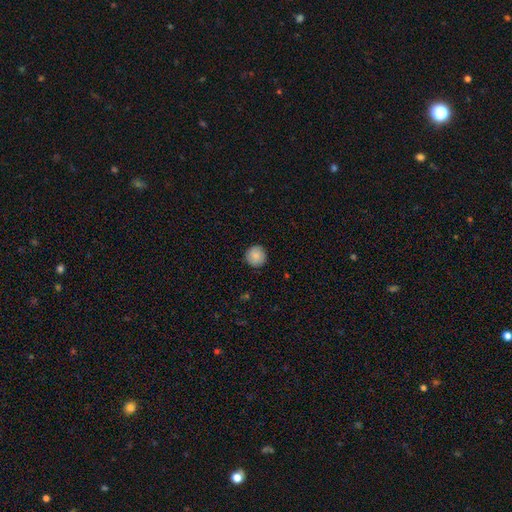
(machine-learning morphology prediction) A smooth galaxy with no disk features (86%) that is round (95%).

Vote fractions:
- Smooth or featured? smooth: 86% / star or artifact: 8% / featured or disk: 6%
- How rounded? round: 95% / in between: 4% / cigar-shaped: 1%
- Merging? none: 90% / minor disturbance: 7% / major disturbance: 2% / merger: 1%